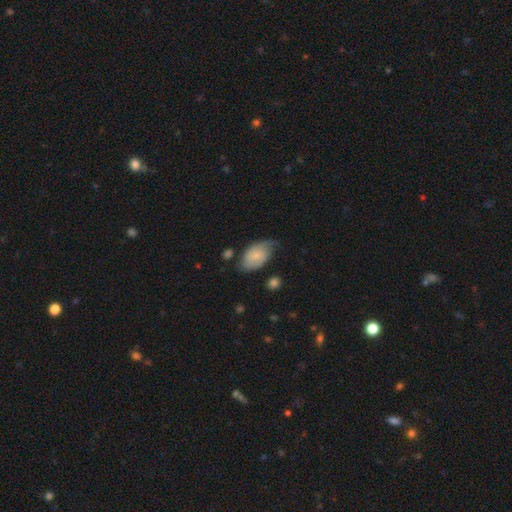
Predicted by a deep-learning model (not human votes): Smooth or featured: smooth — 55% (featured or disk — 39%)
How rounded: in between — 91% (round — 7%)
Merging: none — 55% (minor disturbance — 32%)